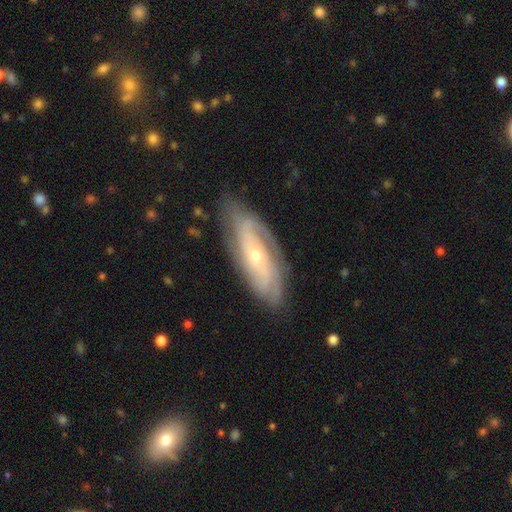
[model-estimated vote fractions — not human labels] A featured or disk galaxy (82%) with no bar (68%), 2 (33%) tight (60%) spiral arms (94%) and a small central bulge (65%). Merging: none (77%).